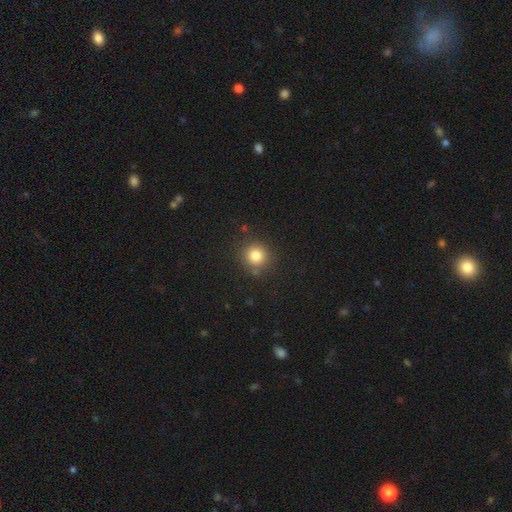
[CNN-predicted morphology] smooth 82%, star or artifact 12%, featured or disk 6%. Down the decision tree: how rounded — round (92%); merging — none (85%).